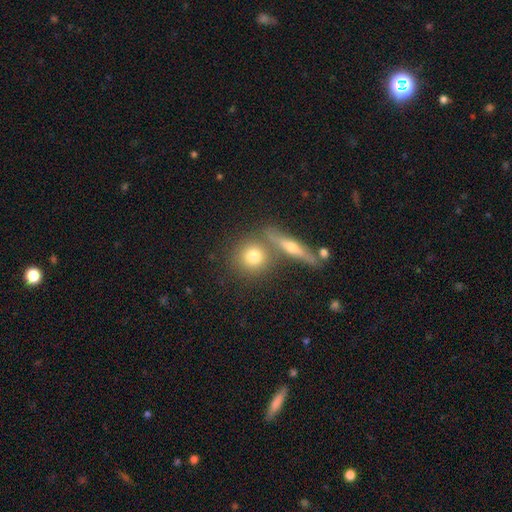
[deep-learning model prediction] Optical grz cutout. It shows a smooth galaxy with no disk features (51%) that is round (76%). Merging: none (49%).